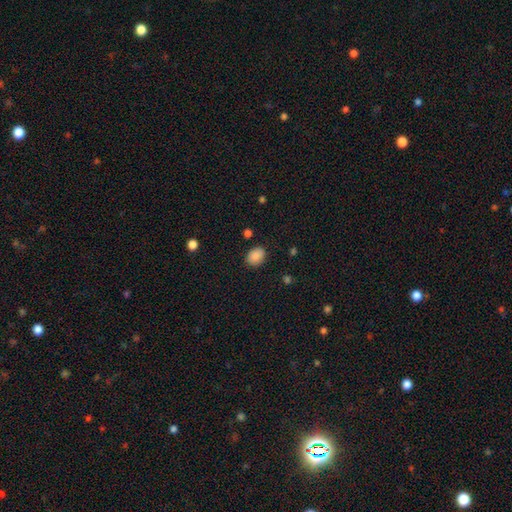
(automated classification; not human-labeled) This is clearly a smooth galaxy (88%). How rounded: likely in between (61%). Merging: clearly none (84%).